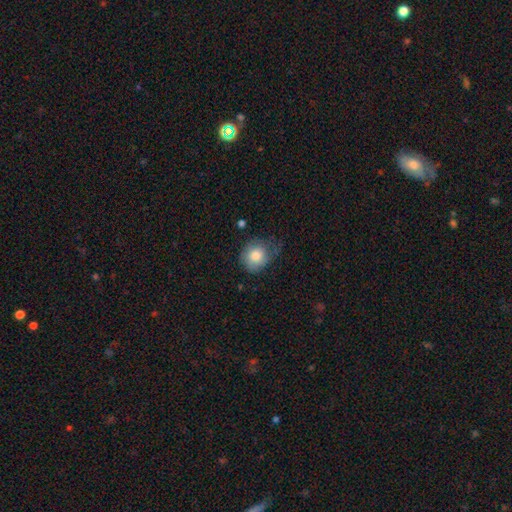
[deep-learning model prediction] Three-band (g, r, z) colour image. It shows a smooth galaxy with no disk features (79%) that is round (72%). Merging: none (50%).